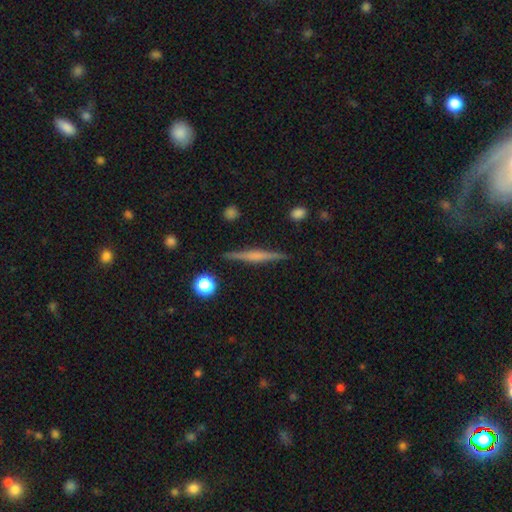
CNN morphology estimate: A featured or disk galaxy (65%) viewed edge-on (98%) with a rounded central bulge (51%).

Vote fractions:
- Smooth or featured? featured or disk: 65% / smooth: 28% / star or artifact: 8%
- Edge-on disk? yes: 98% / no: 2%
- Edge-on bulge? rounded: 51% / none: 27% / boxy: 23%
- Merging? none: 90% / minor disturbance: 7% / major disturbance: 2% / merger: 1%